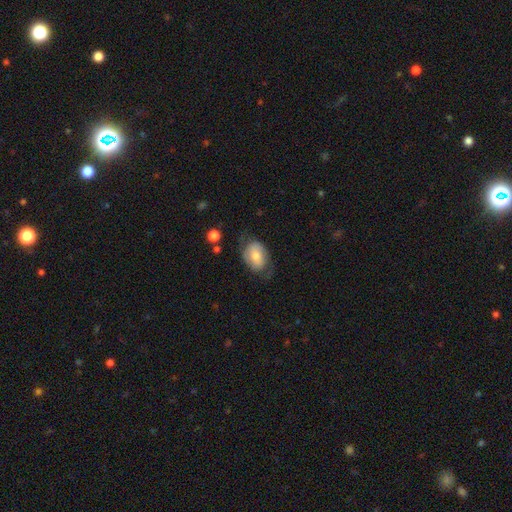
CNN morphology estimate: Smooth or featured?
  - smooth: 60% *
  - featured or disk: 33%
  - star or artifact: 7%
How rounded?
  - in between: 79% *
  - round: 19%
  - cigar-shaped: 1%
Merging?
  - none: 58% *
  - minor disturbance: 25%
  - major disturbance: 15%
  - merger: 2%